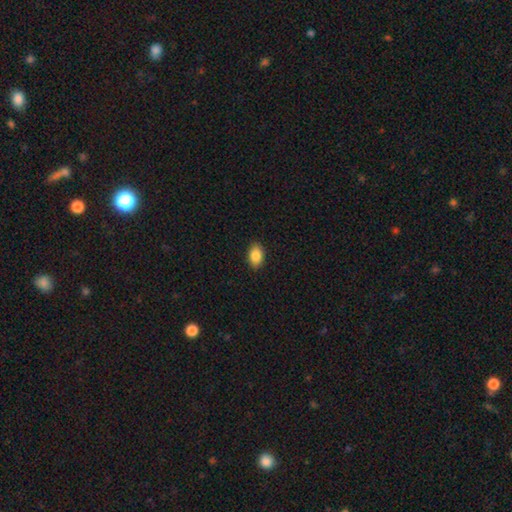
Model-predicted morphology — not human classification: smooth 87%, star or artifact 8%, featured or disk 5%. Down the decision tree: how rounded — in between (85%); merging — none (90%).